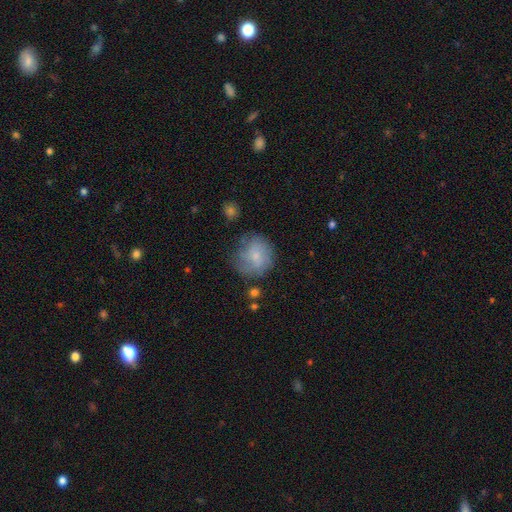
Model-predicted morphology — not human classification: This is possibly a smooth galaxy (56%). How rounded: clearly round (86%). Merging: likely none (61%).